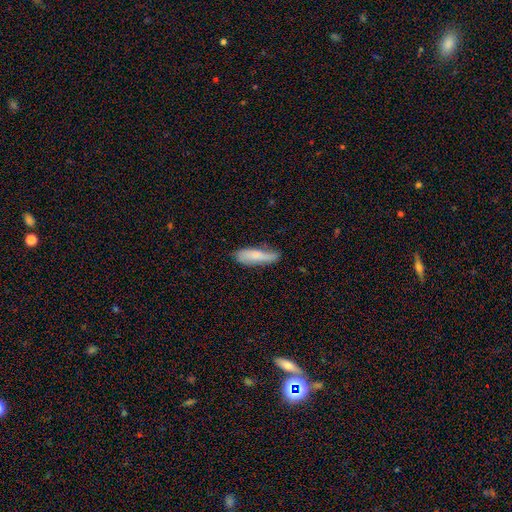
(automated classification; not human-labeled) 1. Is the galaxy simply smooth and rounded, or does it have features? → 72% smooth, 22% featured or disk, 6% star or artifact.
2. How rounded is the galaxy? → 56% cigar-shaped, 42% in between, 2% round.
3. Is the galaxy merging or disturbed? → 64% none, 28% minor disturbance, 6% major disturbance, 2% merger.